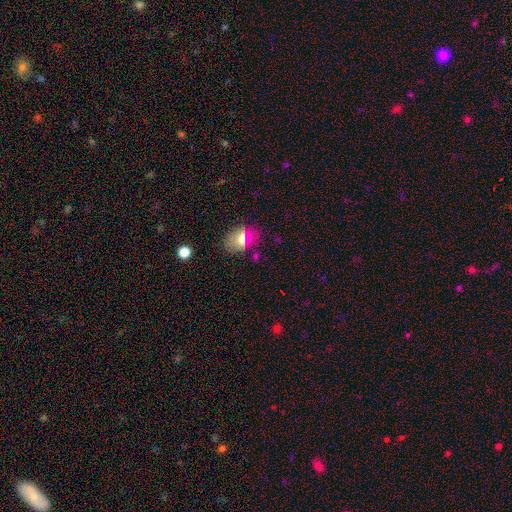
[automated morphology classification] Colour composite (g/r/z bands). It shows a smooth galaxy with no disk features (64%) that is in between round and cigar-shaped (76%). Merging: none (81%).